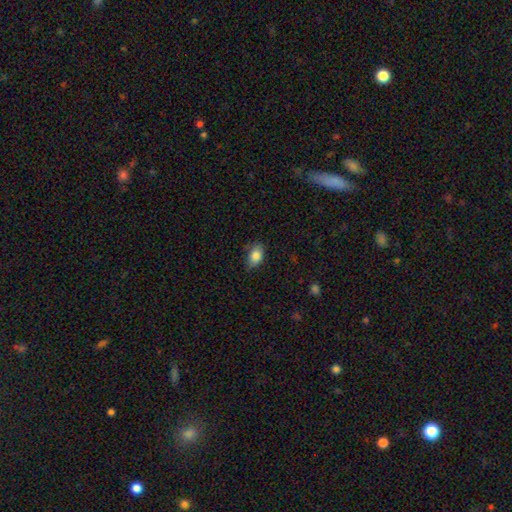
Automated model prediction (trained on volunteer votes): This appears to be a smooth galaxy with no disk features (85%) that is in between round and cigar-shaped (86%). Merging: none (75%).